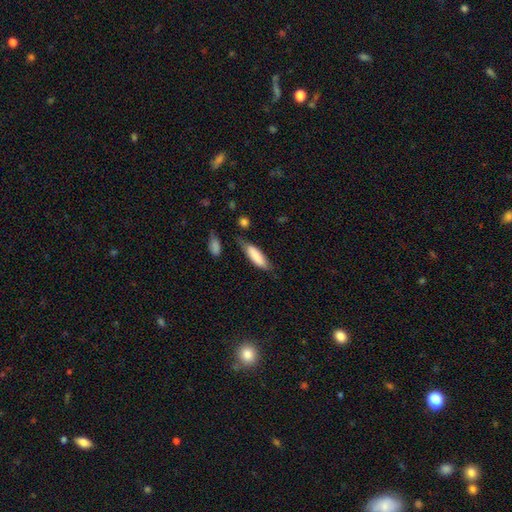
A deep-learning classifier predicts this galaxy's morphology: Q: Smooth or featured?
A: smooth (84%); runner-up: featured or disk (11%)
Q: How rounded?
A: cigar-shaped (52%); runner-up: in between (46%)
Q: Merging?
A: none (56%); runner-up: minor disturbance (29%)